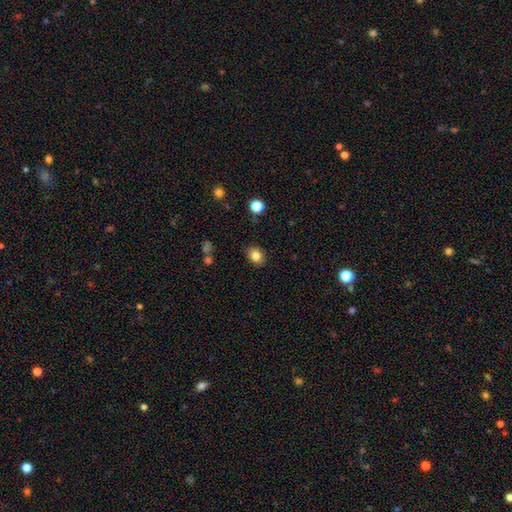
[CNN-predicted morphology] Overall: smooth (82%). How rounded: in between (54%; round 45%). Merging: none (88%).